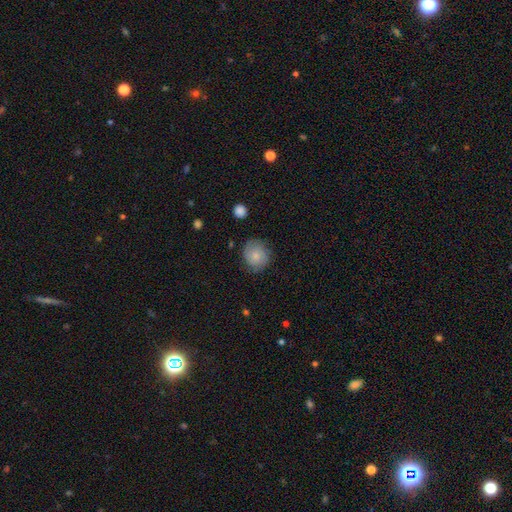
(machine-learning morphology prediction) A smooth galaxy with no disk features (65%) that is round (82%). Merging: none (75%).